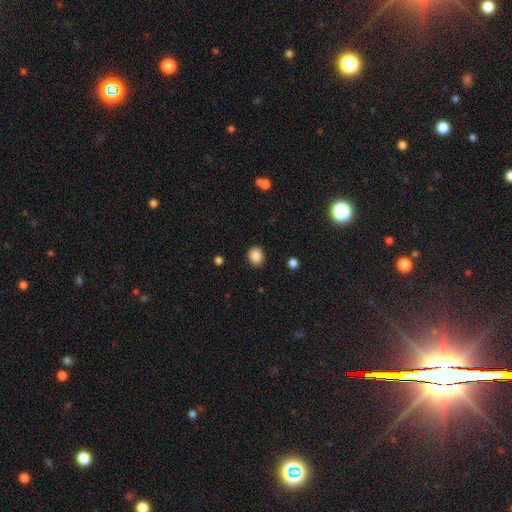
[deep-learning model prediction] The model was most divided on "how rounded": round: 61%, in between: 38%, cigar-shaped: 1%. More confident: smooth or featured — smooth (88%); merging — none (86%).